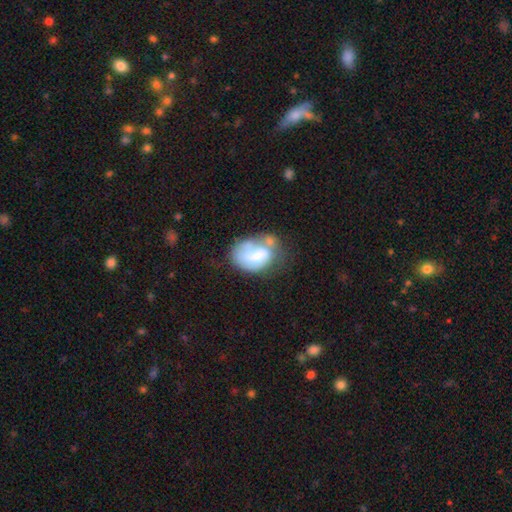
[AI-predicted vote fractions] smooth_or_featured: featured or disk (p=0.49) [alt: smooth p=0.43]
merging: none (p=0.30) [alt: minor disturbance p=0.26]